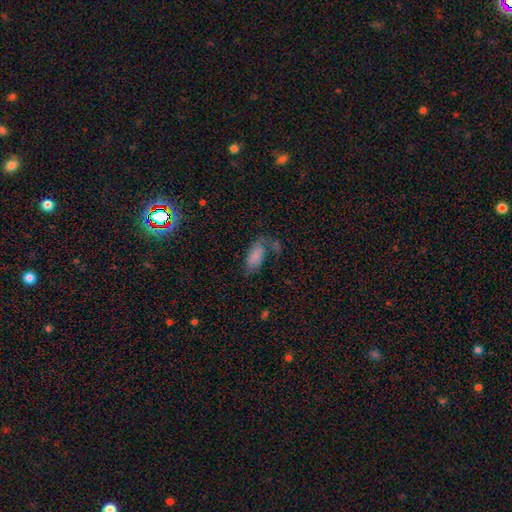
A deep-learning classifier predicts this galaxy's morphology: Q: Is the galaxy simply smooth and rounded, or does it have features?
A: smooth — 75%.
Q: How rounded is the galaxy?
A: in between — 90%.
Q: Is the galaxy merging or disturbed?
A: none — 40%.